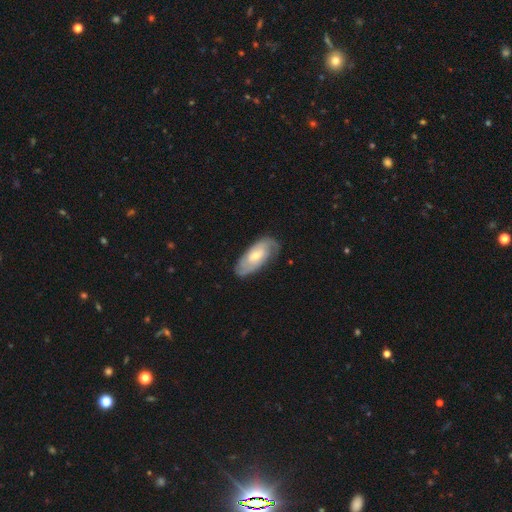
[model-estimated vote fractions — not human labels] Smooth or featured? featured or disk (65%)
Edge-on disk? no (91%)
Bar? no (47%)
Spiral arms? yes (88%)
Spiral winding? tight (49%)
Spiral arm count? 2 (56%)
Bulge size? small (48%)
Merging? none (77%)